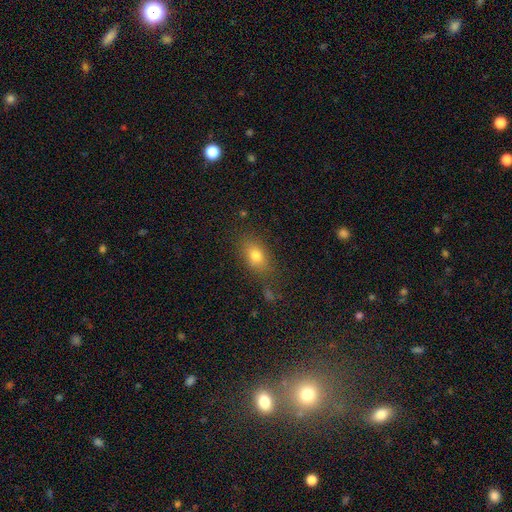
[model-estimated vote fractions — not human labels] Morphology: type=smooth (77%); roundness=in between (76%); merging=none (73%).